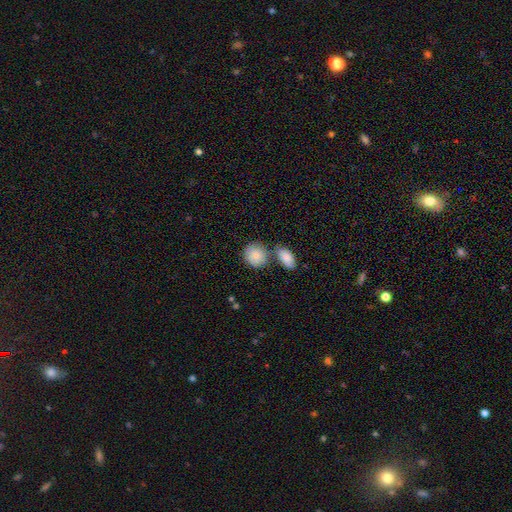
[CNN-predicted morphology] Q: Smooth or featured?
A: smooth (87%); runner-up: featured or disk (7%)
Q: How rounded?
A: round (68%); runner-up: in between (30%)
Q: Merging?
A: none (57%); runner-up: merger (27%)